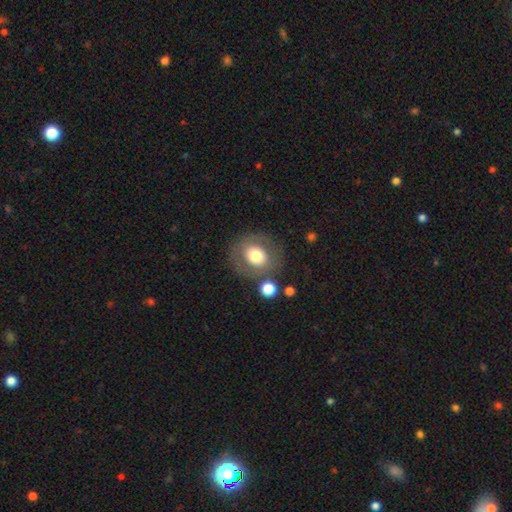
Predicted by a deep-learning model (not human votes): A smooth galaxy with no disk features (66%) that is round (76%). Merging: none (76%).